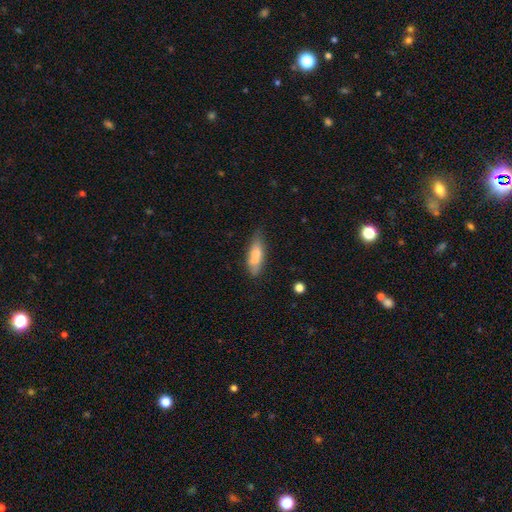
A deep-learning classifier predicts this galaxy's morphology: A smooth galaxy with no disk features (70%) that is in between round and cigar-shaped (62%). Merging: none (58%).